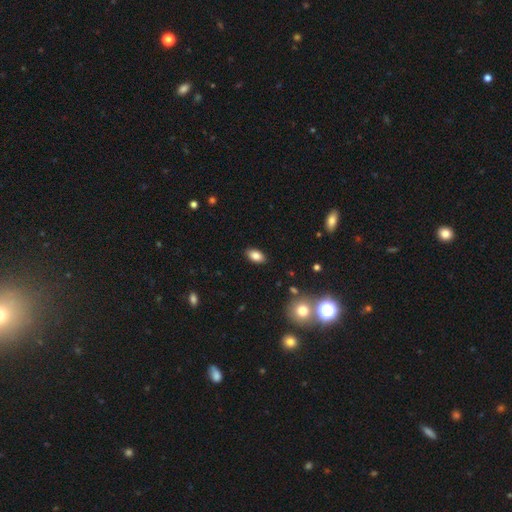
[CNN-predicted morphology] Q: Smooth or featured?
A: smooth (83%); runner-up: star or artifact (9%)
Q: How rounded?
A: in between (91%); runner-up: round (6%)
Q: Merging?
A: none (88%); runner-up: minor disturbance (9%)